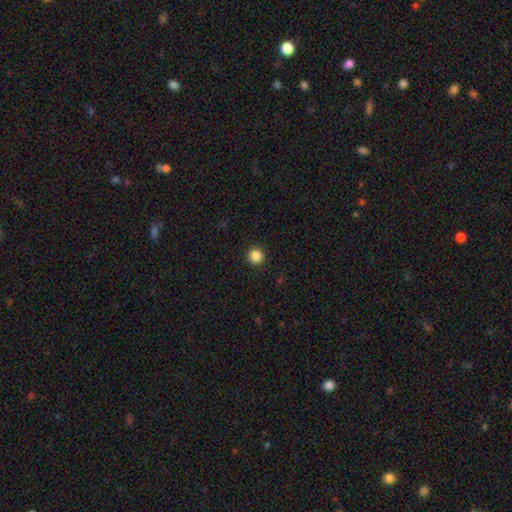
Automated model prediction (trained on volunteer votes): This appears to be a smooth galaxy with no disk features (86%) that is round (96%). Merging: none (93%).